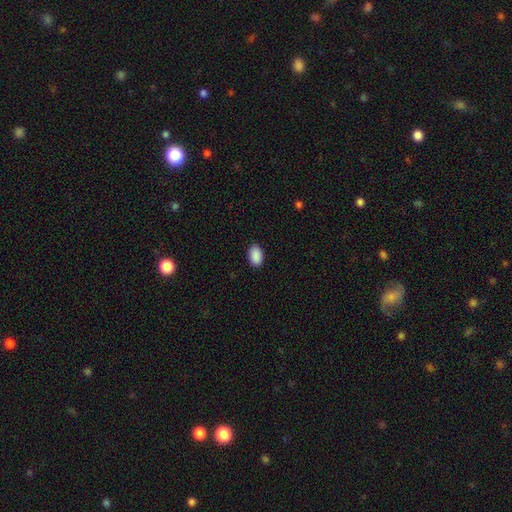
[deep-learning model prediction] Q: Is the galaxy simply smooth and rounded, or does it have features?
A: smooth — 91%.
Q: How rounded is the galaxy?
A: in between — 91%.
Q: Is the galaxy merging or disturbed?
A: none — 89%.